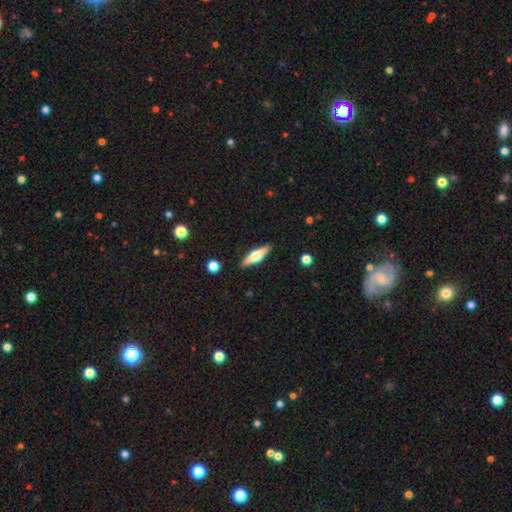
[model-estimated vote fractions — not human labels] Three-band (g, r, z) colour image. It shows a featured or disk galaxy (57%) viewed edge-on (96%) with a rounded central bulge (92%). Merging: none (89%).